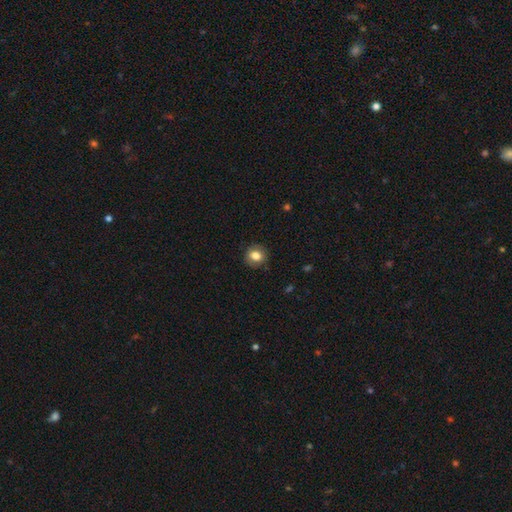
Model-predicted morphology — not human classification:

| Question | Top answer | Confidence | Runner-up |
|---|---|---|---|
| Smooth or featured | smooth | 80% | featured or disk (11%) |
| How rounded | round | 80% | in between (19%) |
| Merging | none | 88% | minor disturbance (9%) |